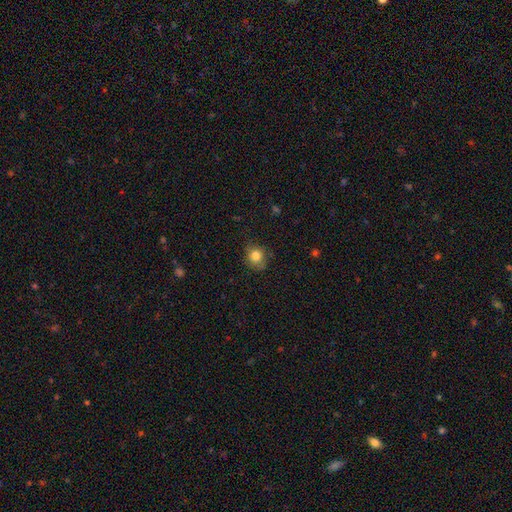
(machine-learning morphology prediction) Q: Smooth or featured?
A: smooth (82%); runner-up: star or artifact (10%)
Q: How rounded?
A: round (76%); runner-up: in between (23%)
Q: Merging?
A: none (72%); runner-up: minor disturbance (22%)